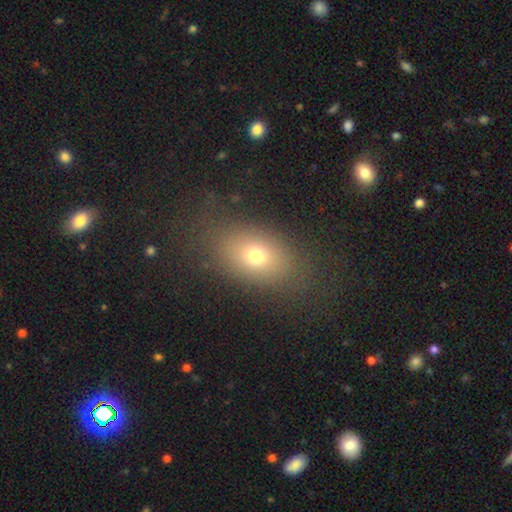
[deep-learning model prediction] Smooth or featured: smooth — 70% (star or artifact — 15%)
How rounded: in between — 75% (round — 23%)
Merging: none — 78% (minor disturbance — 12%)